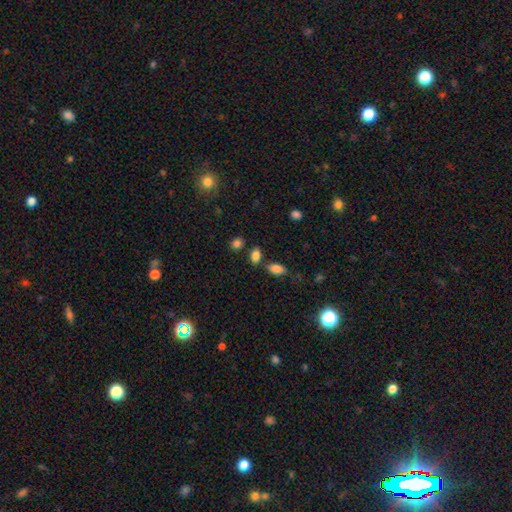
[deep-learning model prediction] Smooth or featured?
  - smooth: 85% *
  - star or artifact: 10%
  - featured or disk: 5%
How rounded?
  - in between: 80% *
  - round: 18%
  - cigar-shaped: 3%
Merging?
  - none: 72% *
  - merger: 13%
  - minor disturbance: 12%
  - major disturbance: 4%